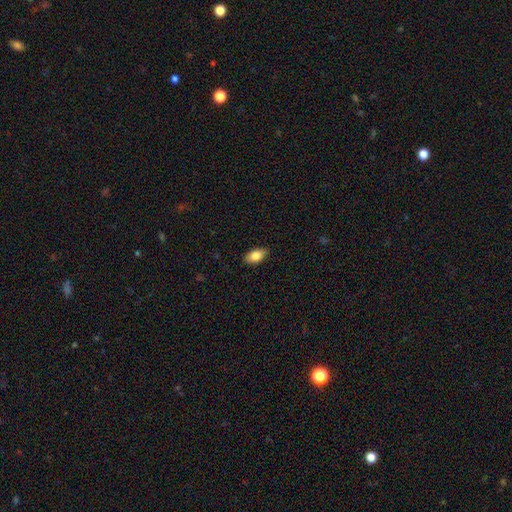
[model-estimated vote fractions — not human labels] smooth-or-featured: smooth: 83% | featured or disk: 10% | star or artifact: 7%
  how-rounded: in between: 91% | round: 5% | cigar-shaped: 4%
  merging: none: 86% | minor disturbance: 11% | major disturbance: 2% | merger: 1%